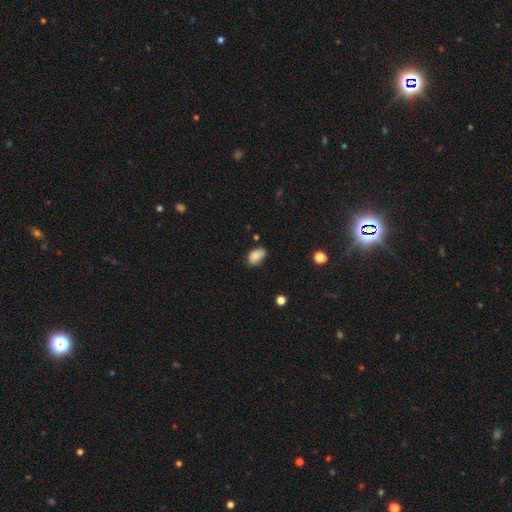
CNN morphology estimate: Q: Smooth or featured?
A: smooth (85%); runner-up: star or artifact (9%)
Q: How rounded?
A: in between (88%); runner-up: round (10%)
Q: Merging?
A: none (63%); runner-up: minor disturbance (30%)